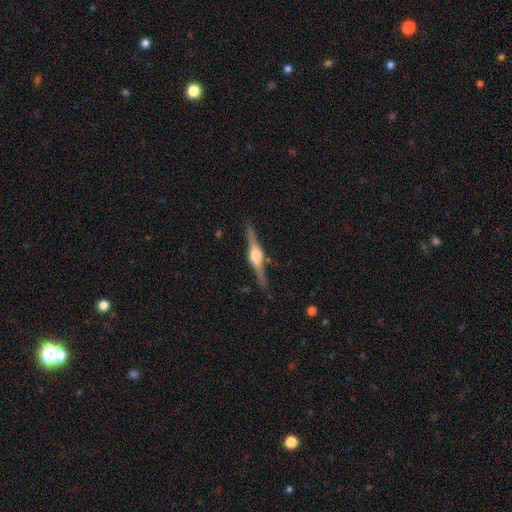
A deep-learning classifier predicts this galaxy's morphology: The model was most divided on "smooth or featured": featured or disk: 82%, smooth: 12%, star or artifact: 6%. More confident: edge-on disk — yes (98%); edge-on bulge — rounded (89%); merging — none (88%).